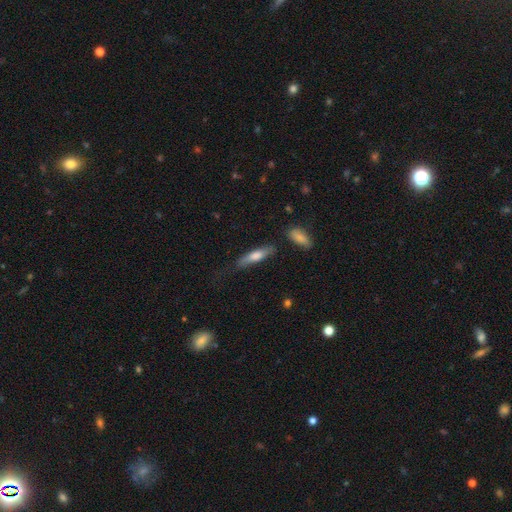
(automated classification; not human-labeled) smooth-or-featured: smooth: 66% | featured or disk: 27% | star or artifact: 6%
  how-rounded: cigar-shaped: 68% | in between: 30% | round: 2%
  merging: none: 65% | minor disturbance: 23% | major disturbance: 8% | merger: 5%